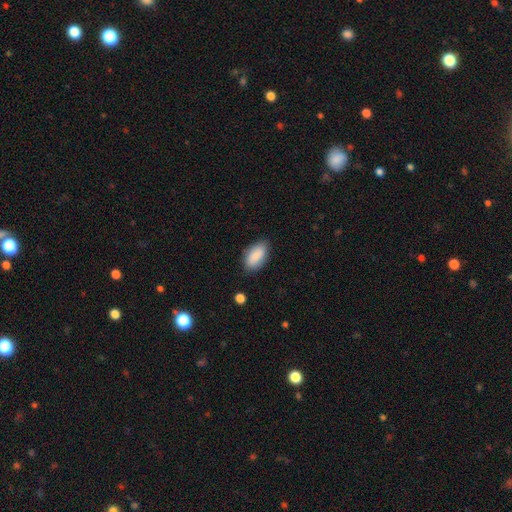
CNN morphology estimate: smooth-or-featured: smooth: 87% | featured or disk: 7% | star or artifact: 6%
  how-rounded: in between: 93% | cigar-shaped: 3% | round: 3%
  merging: none: 81% | minor disturbance: 14% | major disturbance: 3% | merger: 2%